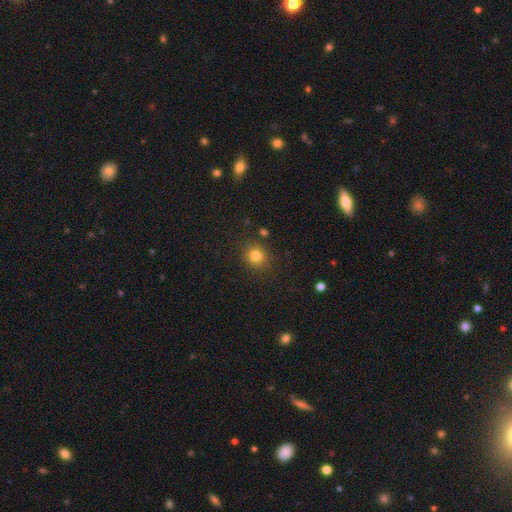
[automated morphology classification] Smooth or featured?
  - smooth: 81% *
  - star or artifact: 13%
  - featured or disk: 6%
How rounded?
  - round: 86% *
  - in between: 13%
  - cigar-shaped: 1%
Merging?
  - none: 86% *
  - minor disturbance: 8%
  - major disturbance: 3%
  - merger: 3%